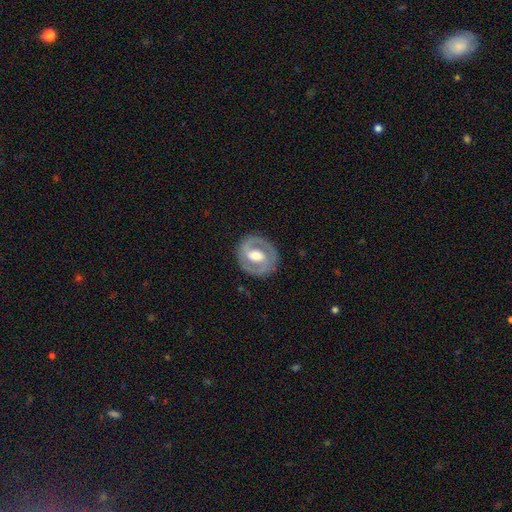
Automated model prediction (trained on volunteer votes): Smooth or featured: featured or disk — 75% (smooth — 20%)
Edge-on disk: no — 97% (yes — 3%)
Bar: weak — 42% (strong — 30%)
Spiral arms: yes — 68% (no — 32%)
Bulge size: moderate — 57% (large — 30%)
Merging: none — 84% (minor disturbance — 11%)